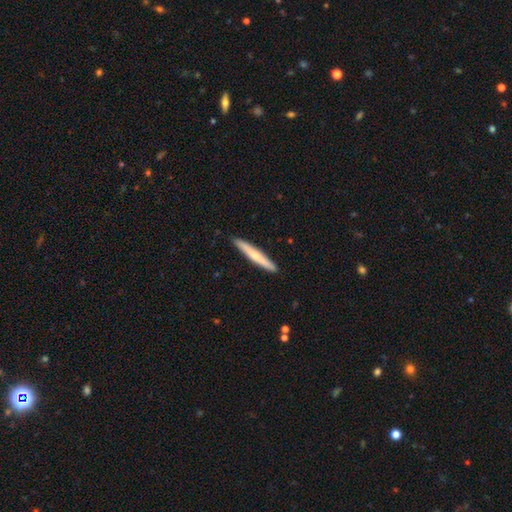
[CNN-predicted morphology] smooth-or-featured: smooth: 55% | featured or disk: 40% | star or artifact: 5%
  how-rounded: cigar-shaped: 95% | in between: 3% | round: 1%
  merging: none: 91% | minor disturbance: 7% | major disturbance: 1% | merger: 1%